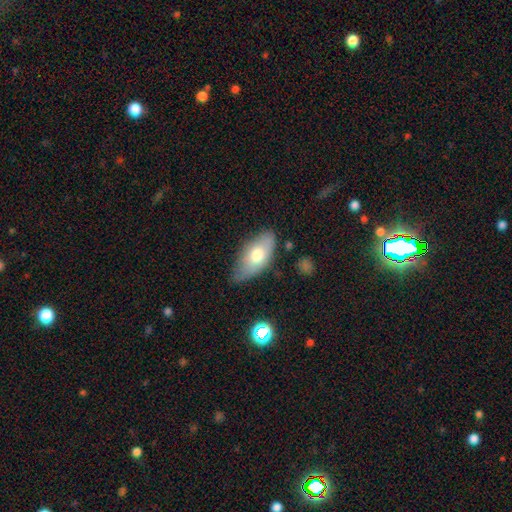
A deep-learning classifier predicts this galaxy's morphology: A smooth galaxy with no disk features (68%) that is in between round and cigar-shaped (90%). Merging: none (63%).